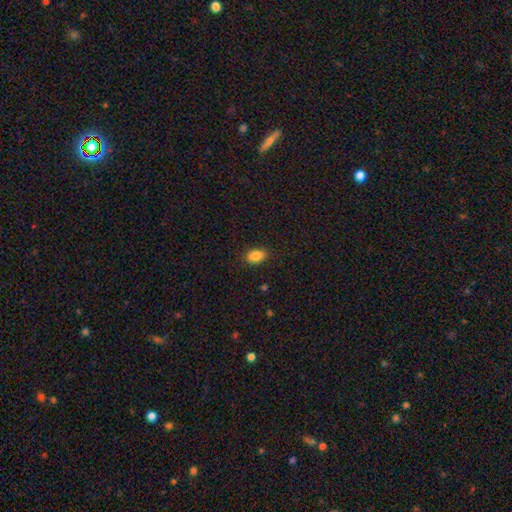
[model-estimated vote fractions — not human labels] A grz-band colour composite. It shows a smooth galaxy with no disk features (86%) that is in between round and cigar-shaped (86%). Merging: none (86%).